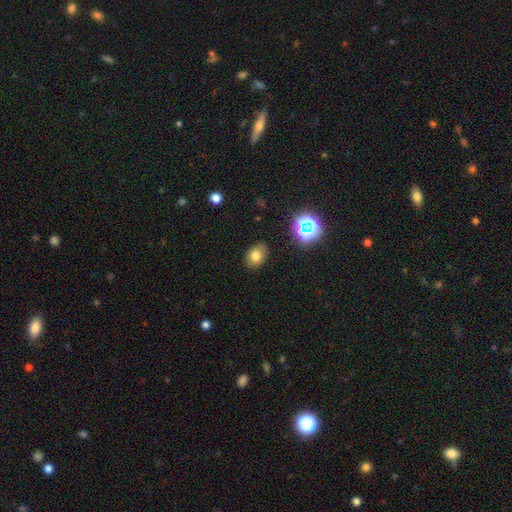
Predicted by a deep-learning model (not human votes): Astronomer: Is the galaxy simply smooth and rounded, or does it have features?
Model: smooth — 76%.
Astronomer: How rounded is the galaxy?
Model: in between — 67%.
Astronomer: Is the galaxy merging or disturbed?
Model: none — 85%.